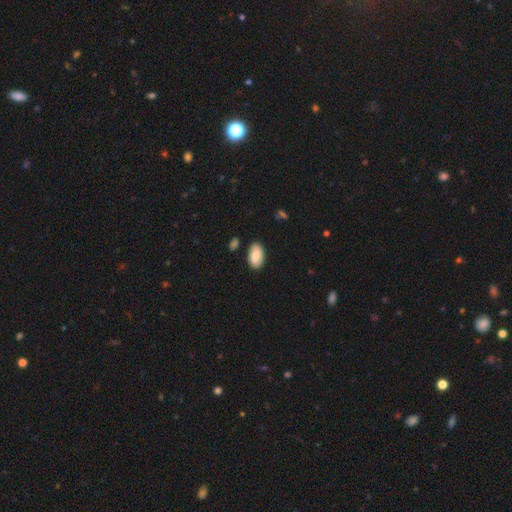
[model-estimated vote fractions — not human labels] This is likely a smooth galaxy (69%). How rounded: clearly in between (93%). Merging: clearly none (84%).